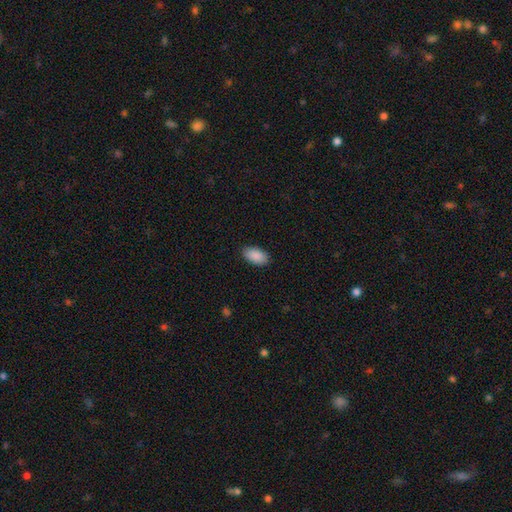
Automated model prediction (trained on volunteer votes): Smooth or featured? Predicted: smooth (p=0.91). How rounded? Predicted: in between (p=0.95). Merging? Predicted: none (p=0.88).